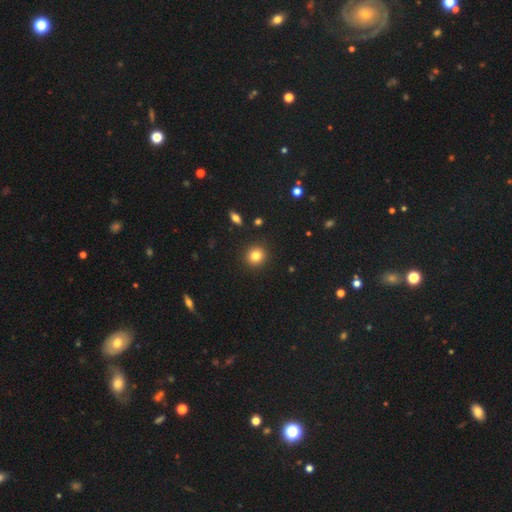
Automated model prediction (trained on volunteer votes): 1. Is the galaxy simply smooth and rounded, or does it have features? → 82% smooth, 11% star or artifact, 7% featured or disk.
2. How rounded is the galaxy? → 89% round, 10% in between, 1% cigar-shaped.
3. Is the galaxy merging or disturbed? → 92% none, 5% minor disturbance, 2% major disturbance, 1% merger.